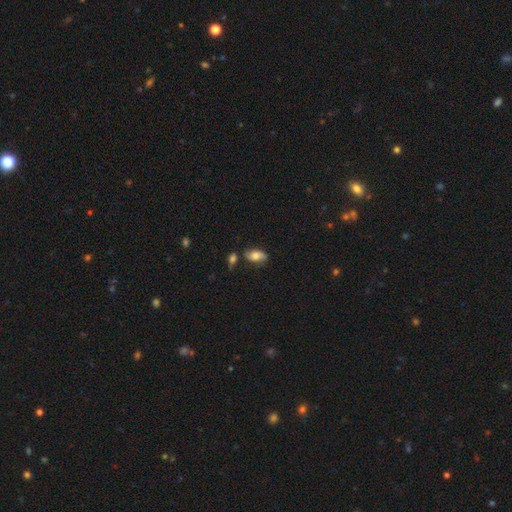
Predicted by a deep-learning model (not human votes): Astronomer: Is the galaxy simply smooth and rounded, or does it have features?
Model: smooth — 72%.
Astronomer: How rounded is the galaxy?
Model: in between — 92%.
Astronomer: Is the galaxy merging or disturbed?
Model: none — 67%.